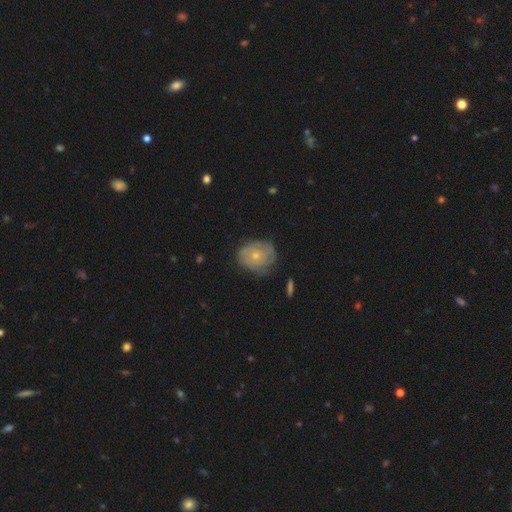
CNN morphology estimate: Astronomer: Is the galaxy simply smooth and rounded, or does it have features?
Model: featured or disk — 55% (runner-up: smooth, 38%).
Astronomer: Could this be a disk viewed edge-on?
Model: no — 97%.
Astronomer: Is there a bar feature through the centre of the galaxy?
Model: no — 86%.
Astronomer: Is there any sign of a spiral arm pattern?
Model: yes — 72%.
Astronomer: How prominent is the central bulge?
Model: small — 61%.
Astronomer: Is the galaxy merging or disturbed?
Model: none — 65%.